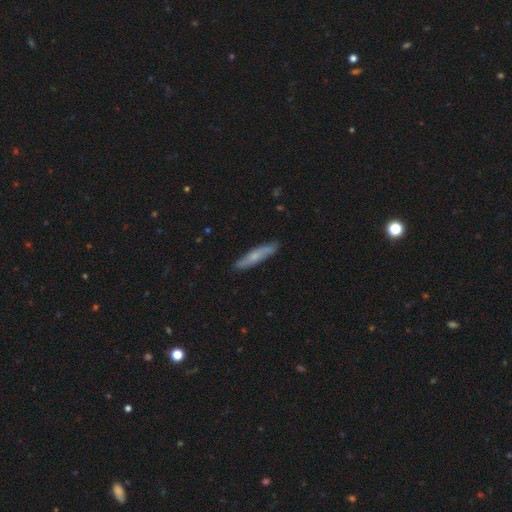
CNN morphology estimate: smooth_or_featured: smooth (p=0.59) [alt: featured or disk p=0.35]
how_rounded: cigar-shaped (p=0.90) [alt: in between p=0.09]
merging: none (p=0.87) [alt: minor disturbance p=0.10]